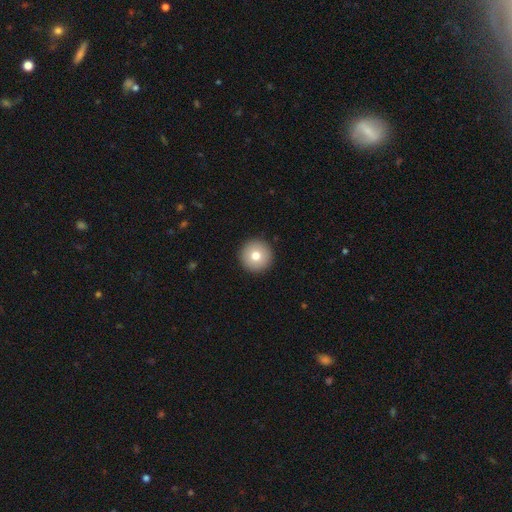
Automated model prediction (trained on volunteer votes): Smooth or featured? Predicted: smooth (p=0.77). How rounded? Predicted: round (p=0.97). Merging? Predicted: none (p=0.94).